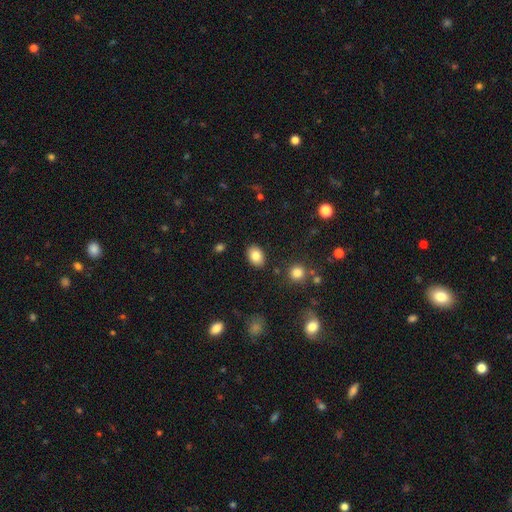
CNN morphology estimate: Smooth or featured: smooth — 83% (star or artifact — 8%)
How rounded: in between — 79% (round — 20%)
Merging: none — 87% (minor disturbance — 9%)